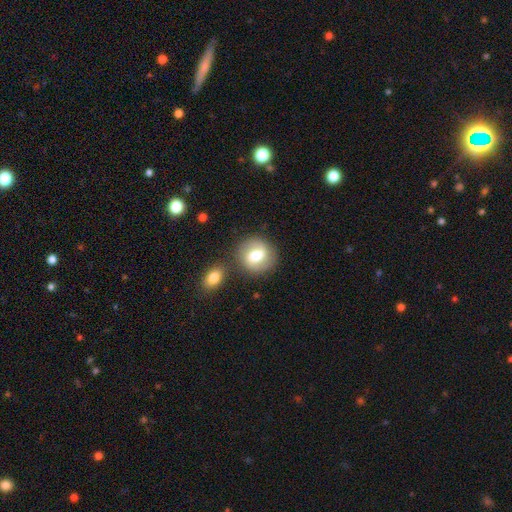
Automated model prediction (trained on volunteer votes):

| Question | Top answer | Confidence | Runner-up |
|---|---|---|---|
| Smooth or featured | featured or disk | 51% | smooth (42%) |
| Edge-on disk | no | 97% | yes (3%) |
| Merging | none | 74% | minor disturbance (12%) |